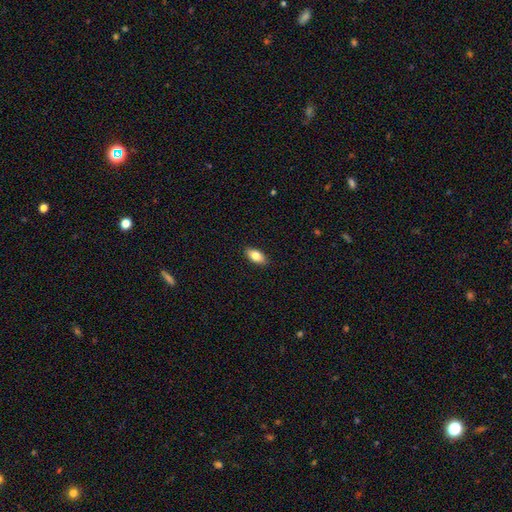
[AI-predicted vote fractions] Overall: smooth (81%). How rounded: in between (91%). Merging: none (90%).